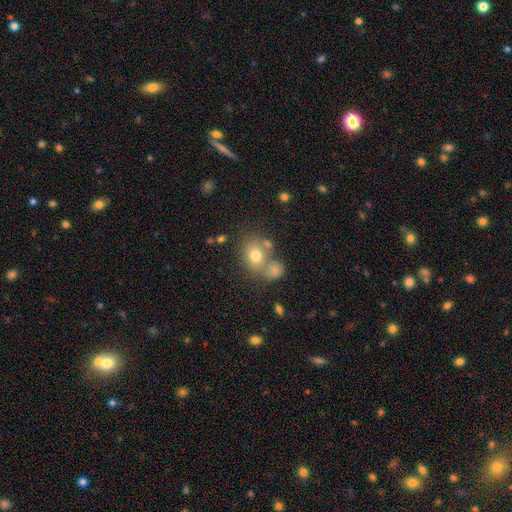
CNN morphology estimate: This appears to be a smooth galaxy with no disk features (72%) that is round (54%). Merging: none (50%).